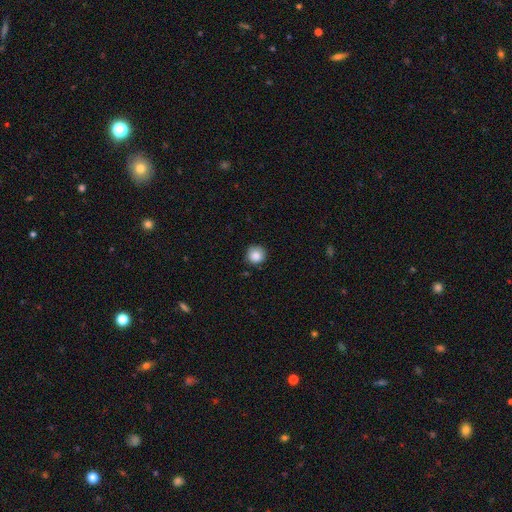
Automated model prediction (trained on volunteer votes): smooth_or_featured: smooth (p=0.87) [alt: star or artifact p=0.09]
how_rounded: round (p=0.93) [alt: in between p=0.06]
merging: none (p=0.84) [alt: minor disturbance p=0.12]